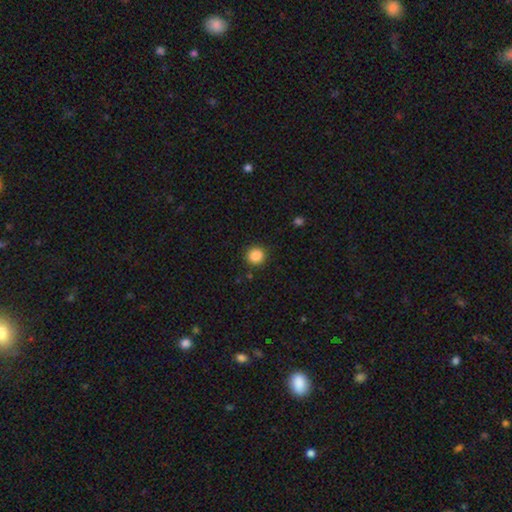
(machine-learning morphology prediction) This appears to be a smooth galaxy with no disk features (87%) that is round (92%). Merging: none (89%).